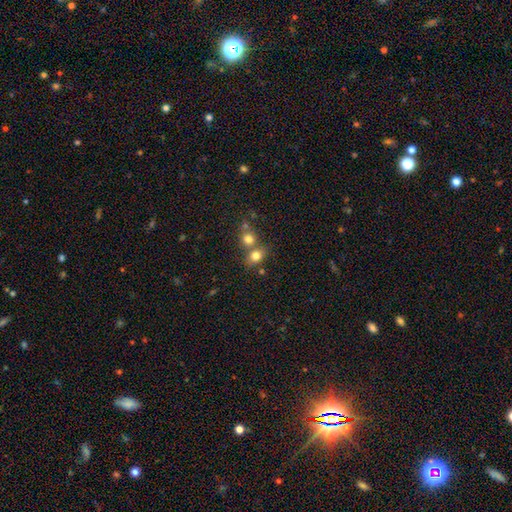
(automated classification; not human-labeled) Smooth or featured?
  - smooth: 77% *
  - star or artifact: 13%
  - featured or disk: 10%
How rounded?
  - round: 59% *
  - in between: 40%
  - cigar-shaped: 1%
Merging?
  - none: 46% *
  - merger: 42%
  - minor disturbance: 8%
  - major disturbance: 4%